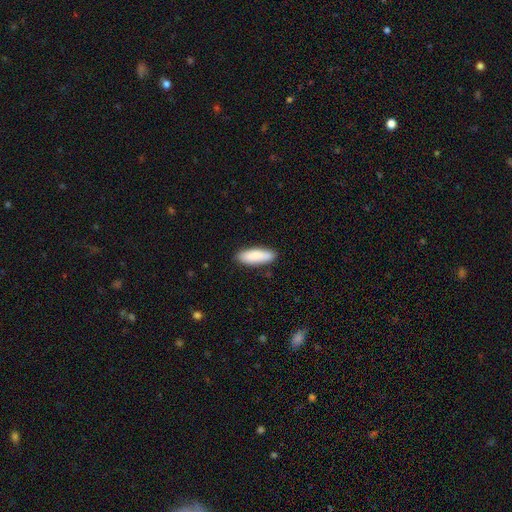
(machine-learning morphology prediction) Smooth or featured? Predicted: smooth (p=0.88). How rounded? Predicted: in between (p=0.59). Merging? Predicted: none (p=0.87).